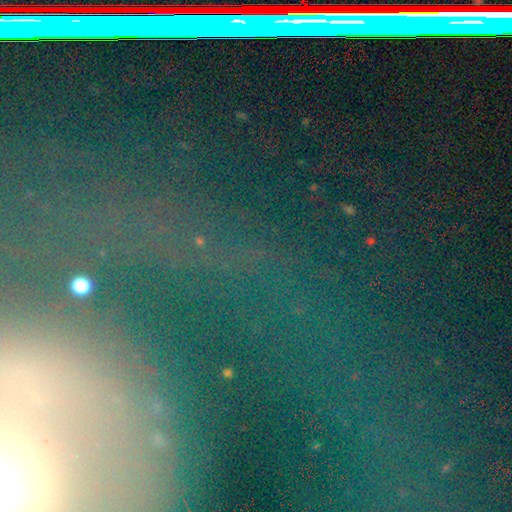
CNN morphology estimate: A star or artifact, not a galaxy (68%).